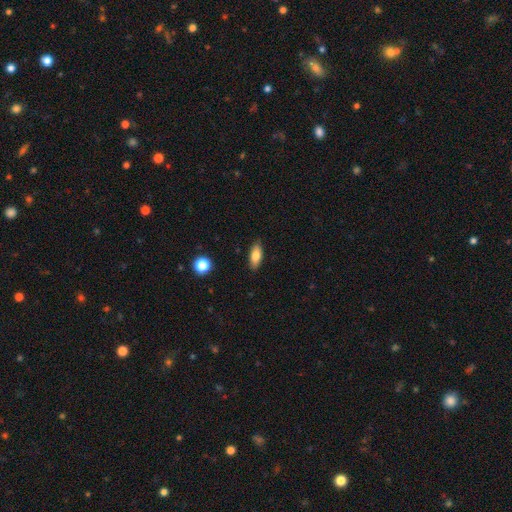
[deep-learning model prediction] smooth_or_featured: smooth (p=0.80) [alt: featured or disk p=0.13]
how_rounded: in between (p=0.80) [alt: cigar-shaped p=0.17]
merging: none (p=0.87) [alt: minor disturbance p=0.10]